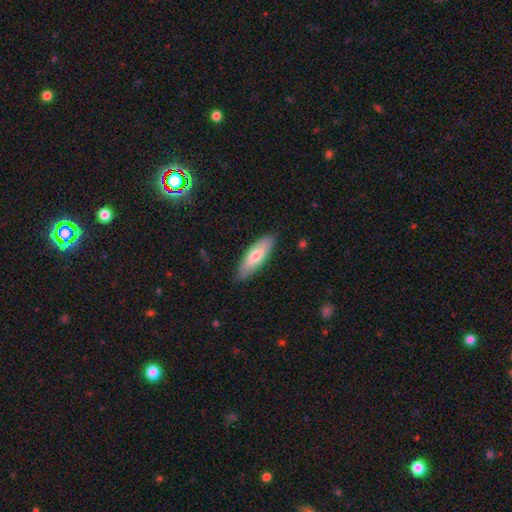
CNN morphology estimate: This is likely a smooth galaxy (69%). How rounded: possibly in between (57%). Merging: clearly none (84%).